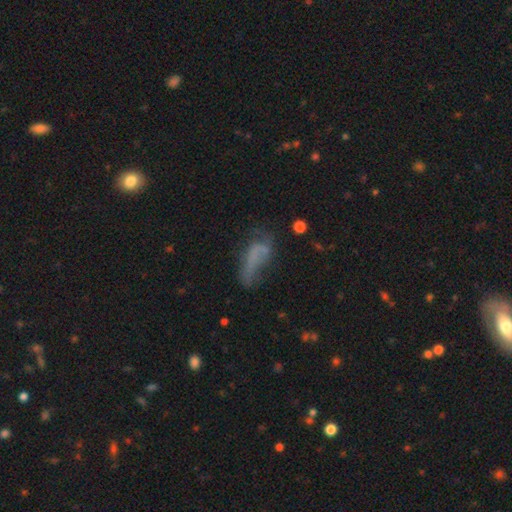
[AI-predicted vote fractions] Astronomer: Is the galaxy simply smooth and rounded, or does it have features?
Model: smooth — 49% (runner-up: featured or disk, 35%).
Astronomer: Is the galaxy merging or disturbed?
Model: major disturbance — 34% (runner-up: none, 32%).